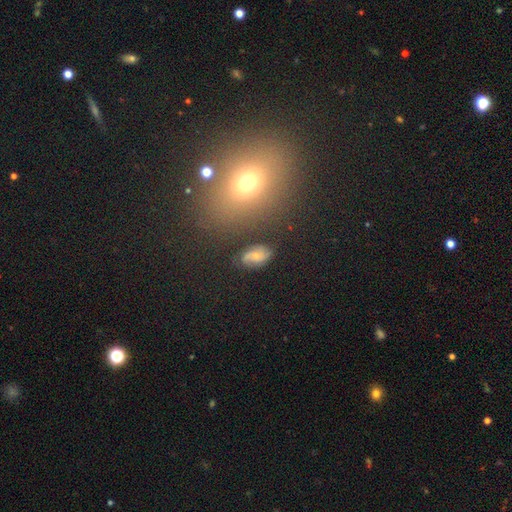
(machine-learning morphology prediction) This appears to be a featured or disk galaxy (56%) with no bar (55%), spiral arms (87%) and a small central bulge (64%). Merging: none (73%).